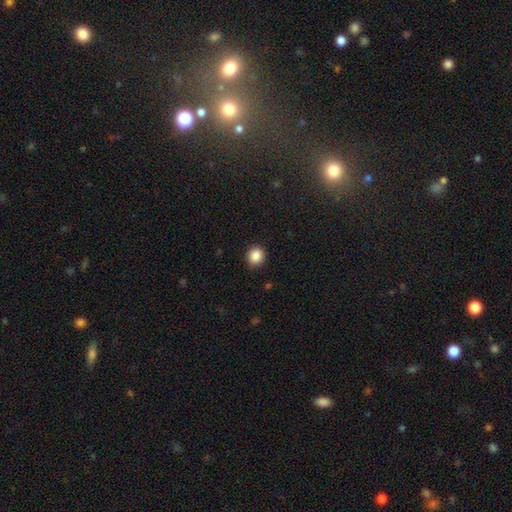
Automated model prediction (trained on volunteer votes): This appears to be a smooth galaxy with no disk features (87%) that is round (85%). Merging: none (88%).